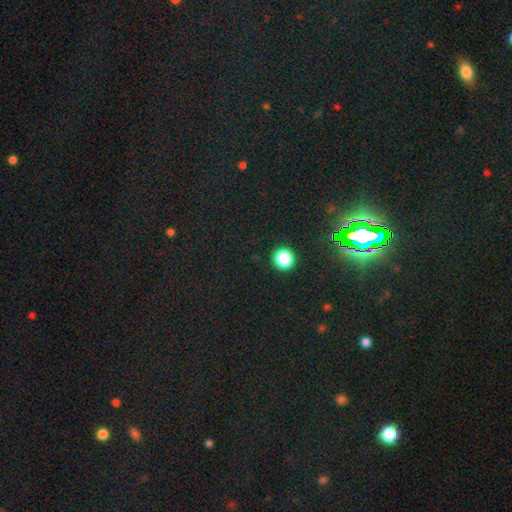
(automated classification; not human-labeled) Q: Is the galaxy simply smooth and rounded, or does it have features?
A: star or artifact — 79%.